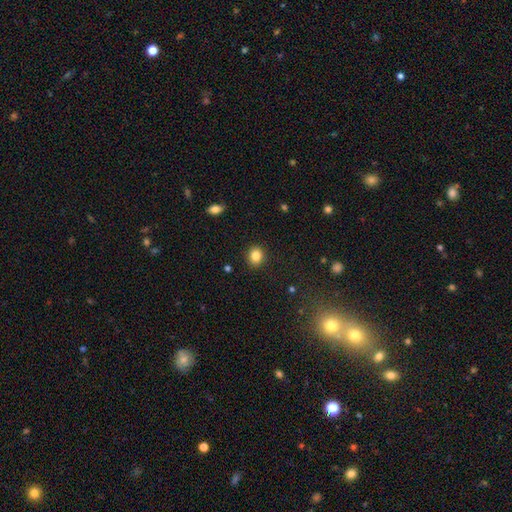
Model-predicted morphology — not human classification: Q: Smooth or featured?
A: smooth (85%); runner-up: star or artifact (10%)
Q: How rounded?
A: round (69%); runner-up: in between (30%)
Q: Merging?
A: none (90%); runner-up: minor disturbance (7%)